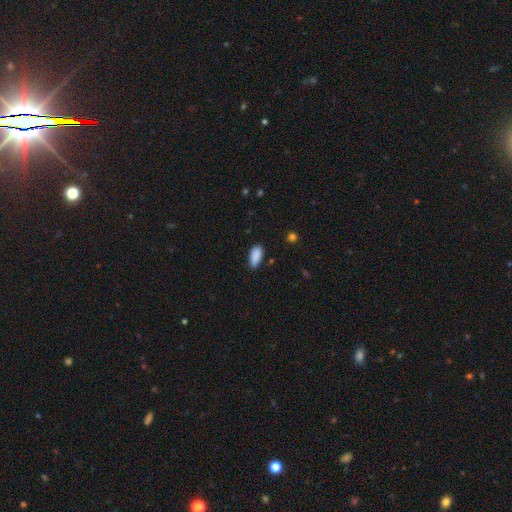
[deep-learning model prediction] smooth-or-featured: smooth: 89% | star or artifact: 7% | featured or disk: 3%
  how-rounded: in between: 89% | cigar-shaped: 9% | round: 2%
  merging: none: 77% | minor disturbance: 18% | major disturbance: 3% | merger: 2%